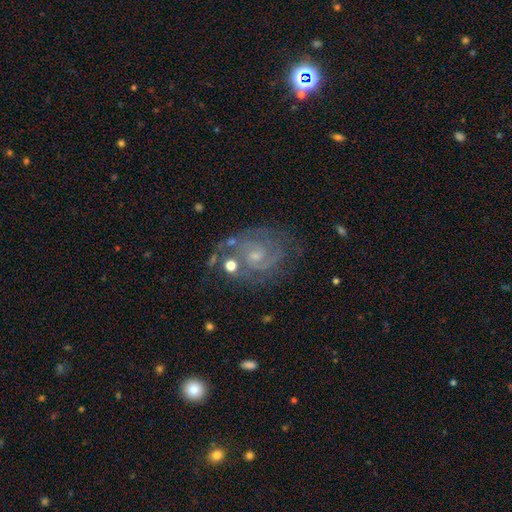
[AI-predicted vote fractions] Overall: featured or disk (84%). Edge-on disk: no (98%). Bar: no (57%; weak 36%). Spiral arms: yes (95%). Spiral arm count: 2 (57%; can't tell 18%). Spiral winding: tight (57%; medium 35%). Bulge size: small (67%). Merging: none (66%).